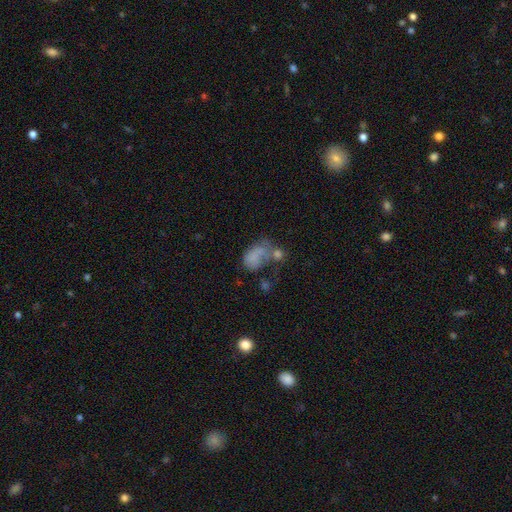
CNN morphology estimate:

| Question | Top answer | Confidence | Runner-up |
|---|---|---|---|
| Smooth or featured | smooth | 61% | featured or disk (25%) |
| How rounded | in between | 79% | round (20%) |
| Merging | merger | 35% | major disturbance (29%) |